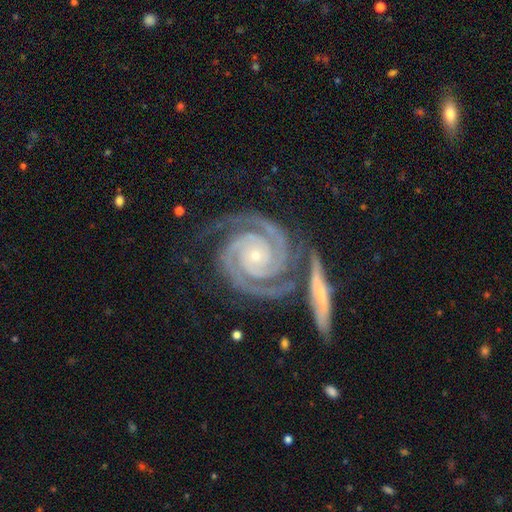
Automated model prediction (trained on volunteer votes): This appears to be a featured or disk galaxy (94%) with no bar (78%), 2 (85%) tight (83%) spiral arms (99%) and a small central bulge (82%). Merging: none (66%).